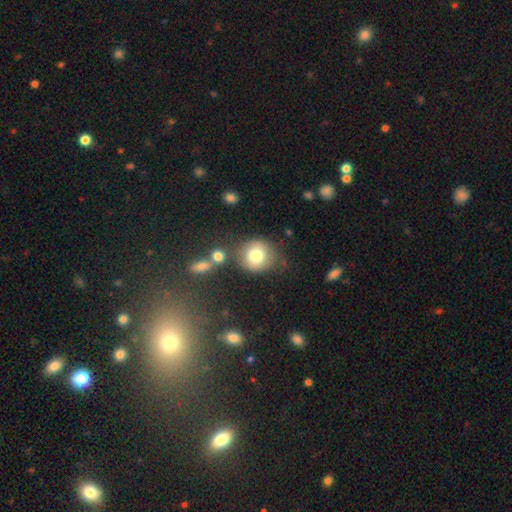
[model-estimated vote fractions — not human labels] smooth_or_featured: smooth (p=0.78) [alt: featured or disk p=0.13]
how_rounded: round (p=0.85) [alt: in between p=0.14]
merging: none (p=0.66) [alt: minor disturbance p=0.15]